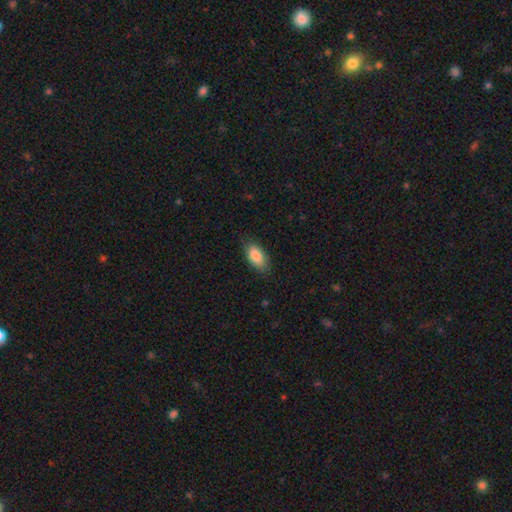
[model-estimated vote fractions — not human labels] Morphology: type=smooth (86%); roundness=in between (91%); merging=none (80%).